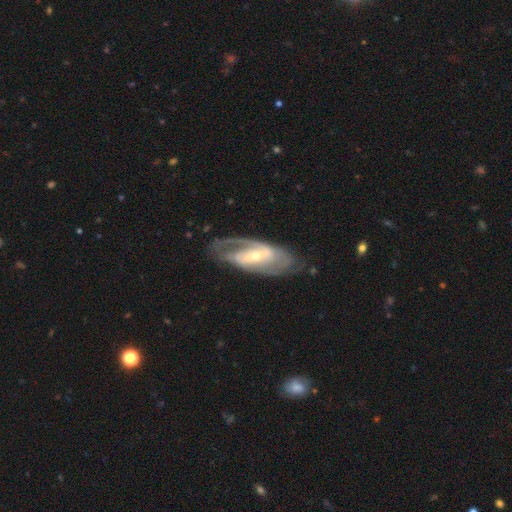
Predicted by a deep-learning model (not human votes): smooth-or-featured: featured or disk: 85% | smooth: 10% | star or artifact: 5%
  disk-edge-on: no: 93% | yes: 7%
    bar: strong: 43% | weak: 35% | no: 22%
    has-spiral-arms: yes: 91% | no: 9%
      spiral-winding: medium: 46% | tight: 36% | loose: 18%
      spiral-arm-count: 2: 70% | can't tell: 15% | 3: 6% | 1: 6% | 4: 2% | more than 4: 2%
    bulge-size: small: 60% | moderate: 36% | large: 2% | none: 1% | dominant: 1%
  merging: none: 70% | minor disturbance: 18% | major disturbance: 11% | merger: 2%